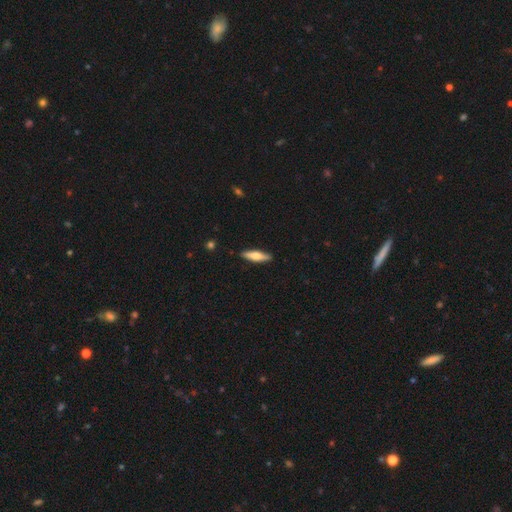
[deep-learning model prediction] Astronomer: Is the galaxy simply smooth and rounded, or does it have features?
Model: smooth — 53% (runner-up: featured or disk, 41%).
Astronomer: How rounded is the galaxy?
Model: cigar-shaped — 68%.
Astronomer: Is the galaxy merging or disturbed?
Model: none — 90%.